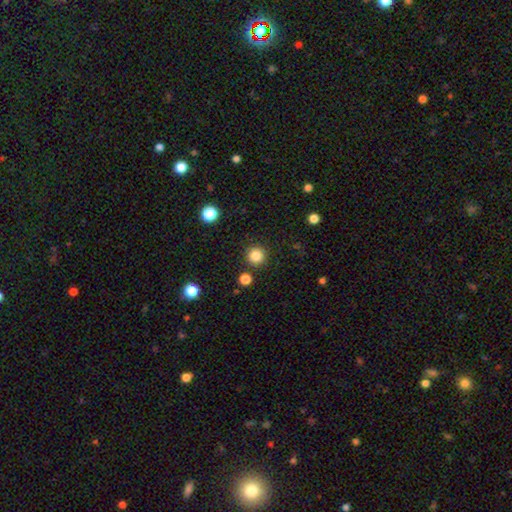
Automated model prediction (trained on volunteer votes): The model was most divided on "smooth or featured": smooth: 85%, star or artifact: 12%, featured or disk: 4%. More confident: how rounded — round (95%); merging — none (90%).